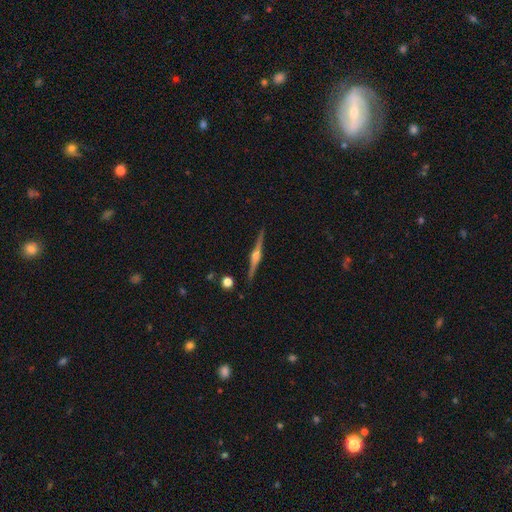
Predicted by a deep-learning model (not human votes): Morphology: type=featured or disk (82%); edge-on=yes (98%); edge-on bulge=rounded (82%); merging=none (90%).